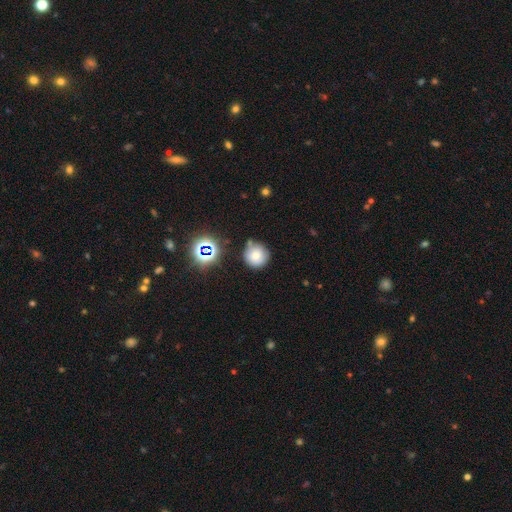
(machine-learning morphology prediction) smooth-or-featured: smooth: 71% | star or artifact: 16% | featured or disk: 13%
  how-rounded: round: 94% | in between: 5% | cigar-shaped: 1%
  merging: none: 70% | minor disturbance: 19% | merger: 7% | major disturbance: 4%